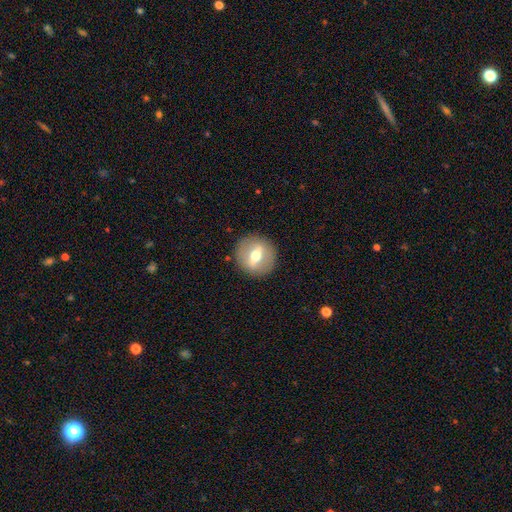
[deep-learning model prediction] The model was most divided on "smooth or featured": featured or disk: 57%, smooth: 36%, star or artifact: 7%. More confident: merging — none (89%); edge-on disk — no (70%).